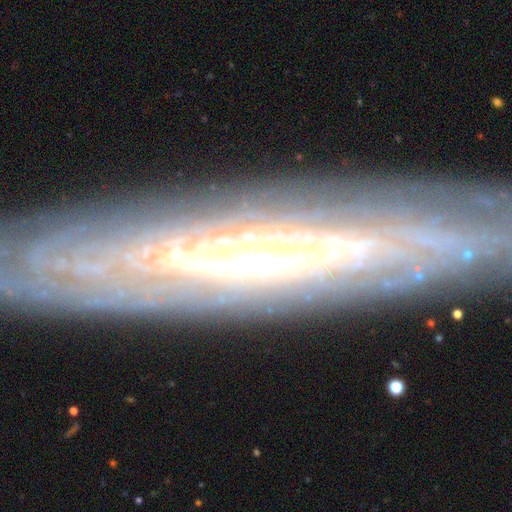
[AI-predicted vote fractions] This appears to be a featured or disk galaxy (82%) viewed edge-on (58%). Merging: none (80%).